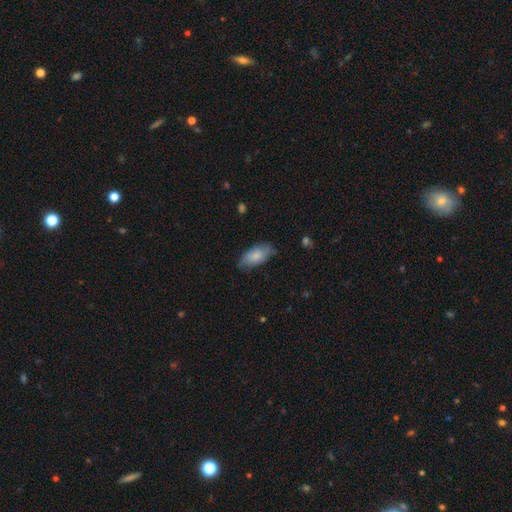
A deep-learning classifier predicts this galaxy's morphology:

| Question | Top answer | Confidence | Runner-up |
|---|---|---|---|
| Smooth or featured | smooth | 79% | featured or disk (15%) |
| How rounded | in between | 92% | cigar-shaped (5%) |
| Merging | none | 73% | minor disturbance (22%) |